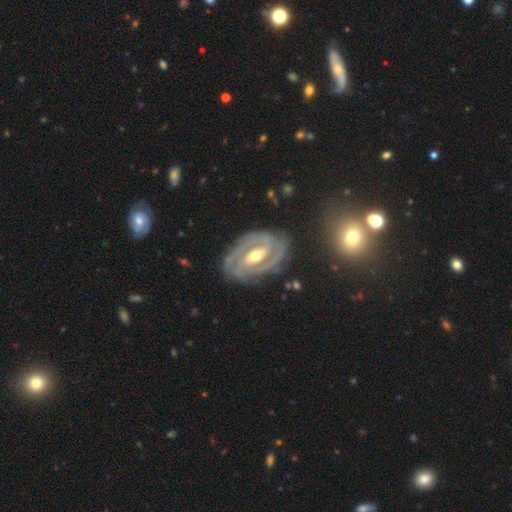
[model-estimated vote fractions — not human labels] The model was most divided on "bar": strong: 48%, weak: 35%, no: 17%. More confident: edge-on disk — no (96%); spiral arms — yes (96%); smooth or featured — featured or disk (90%); merging — none (80%); spiral arm count — 2 (76%); bulge size — moderate (69%); spiral winding — tight (68%).